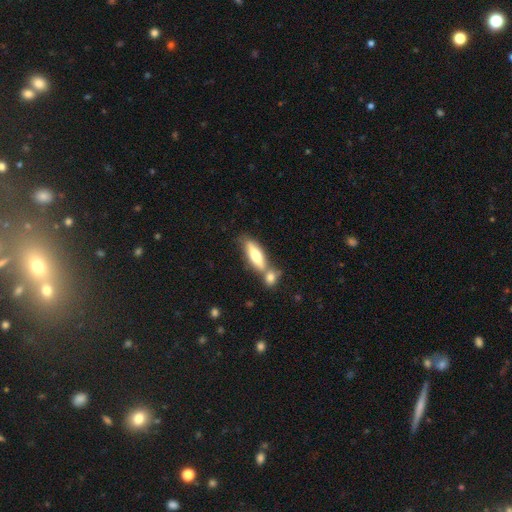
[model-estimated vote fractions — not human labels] smooth_or_featured: smooth (p=0.63) [alt: featured or disk p=0.31]
how_rounded: cigar-shaped (p=0.52) [alt: in between p=0.45]
merging: none (p=0.46) [alt: merger p=0.39]